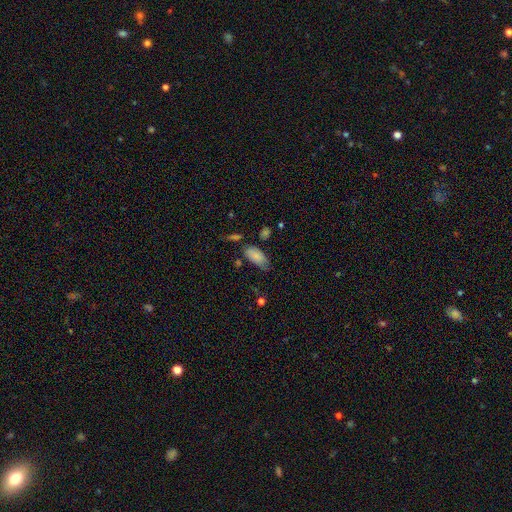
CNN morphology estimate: This is clearly a smooth galaxy (82%). How rounded: clearly in between (91%). Merging: possibly none (54%).